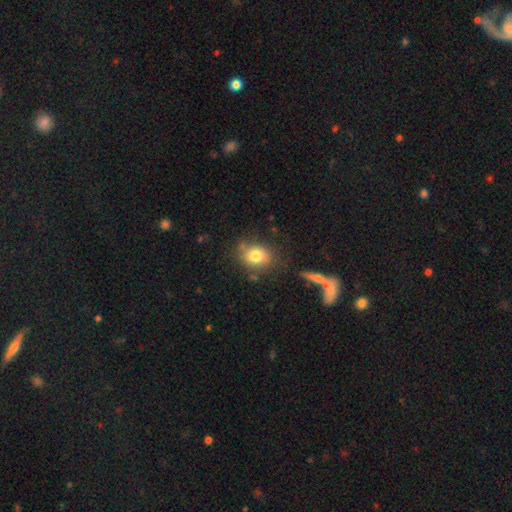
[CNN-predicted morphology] Smooth or featured? Predicted: smooth (p=0.79). How rounded? Predicted: round (p=0.54). Merging? Predicted: none (p=0.72).